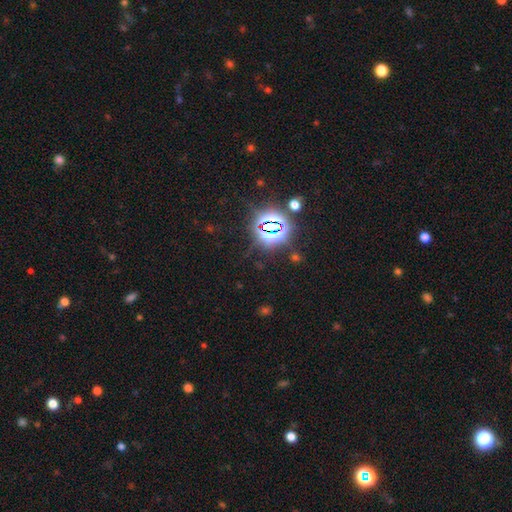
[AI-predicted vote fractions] Smooth or featured?
  - star or artifact: 83% *
  - smooth: 11%
  - featured or disk: 6%